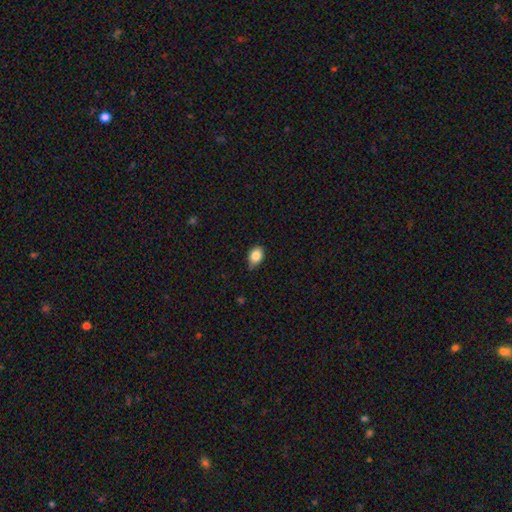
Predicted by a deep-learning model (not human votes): This appears to be a smooth galaxy with no disk features (85%) that is in between round and cigar-shaped (79%). Merging: none (70%).